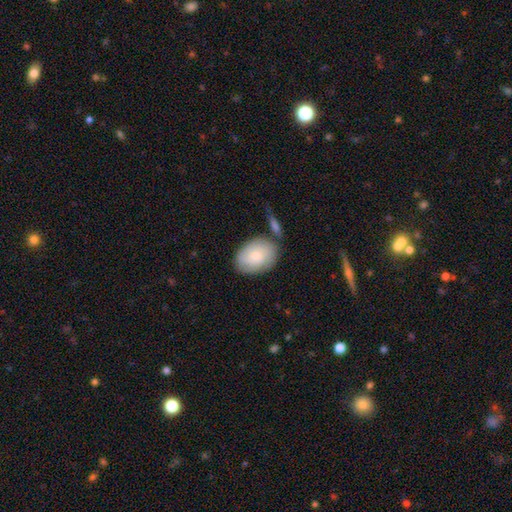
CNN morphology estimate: Q: Smooth or featured?
A: smooth (67%); runner-up: featured or disk (27%)
Q: How rounded?
A: in between (79%); runner-up: round (19%)
Q: Merging?
A: none (66%); runner-up: minor disturbance (18%)